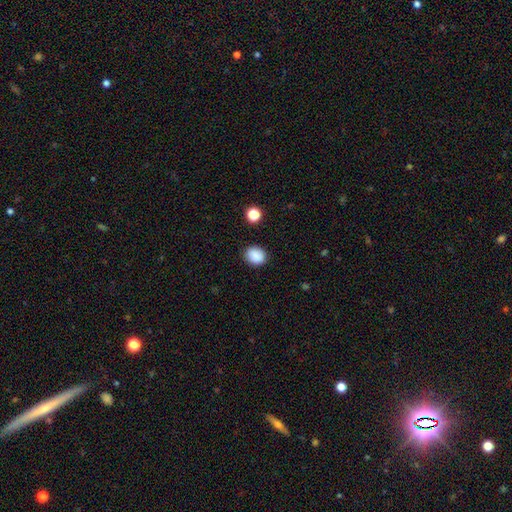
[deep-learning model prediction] Smooth or featured? Predicted: smooth (p=0.86). How rounded? Predicted: round (p=0.64). Merging? Predicted: none (p=0.85).